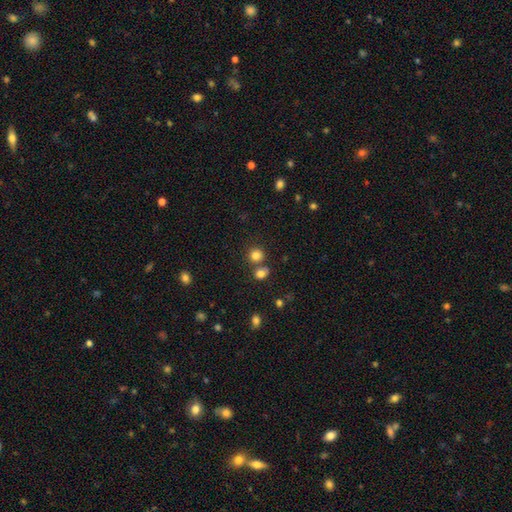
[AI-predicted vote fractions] This is clearly a smooth galaxy (82%). How rounded: clearly round (84%). Merging: likely none (66%).